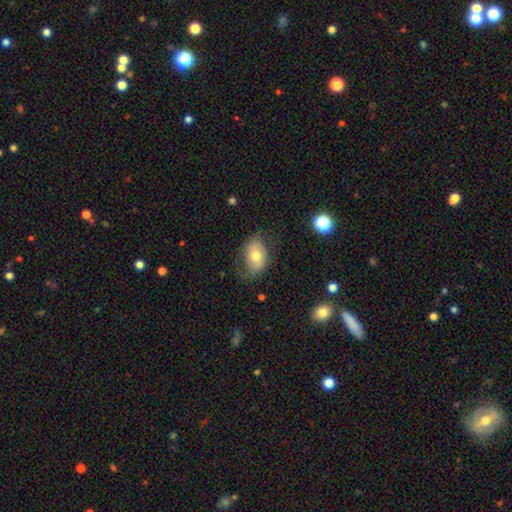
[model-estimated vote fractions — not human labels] A smooth galaxy with no disk features (62%) that is in between round and cigar-shaped (82%). Merging: none (62%).